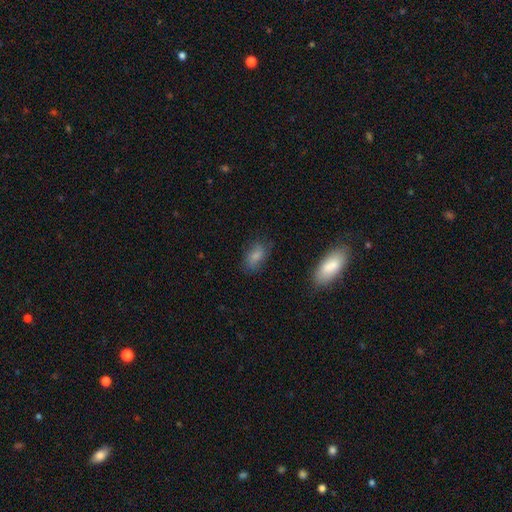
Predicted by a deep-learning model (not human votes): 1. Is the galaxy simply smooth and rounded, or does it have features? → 77% smooth, 13% featured or disk, 10% star or artifact.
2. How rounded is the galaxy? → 88% in between, 7% round, 5% cigar-shaped.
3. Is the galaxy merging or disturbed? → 70% none, 21% minor disturbance, 7% major disturbance, 2% merger.